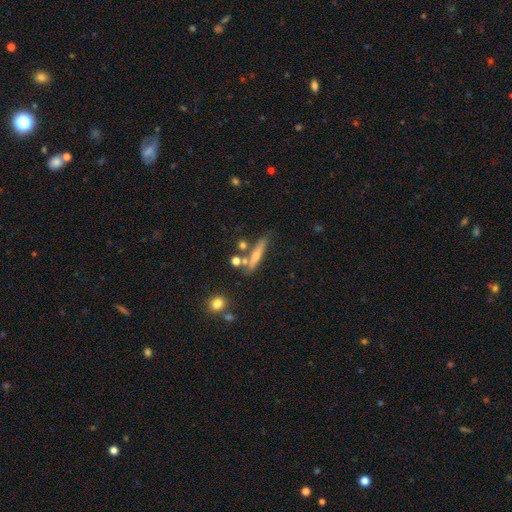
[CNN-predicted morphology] This appears to be a smooth galaxy with no disk features (58%) that is cigar-shaped (83%). Merging: none (66%).